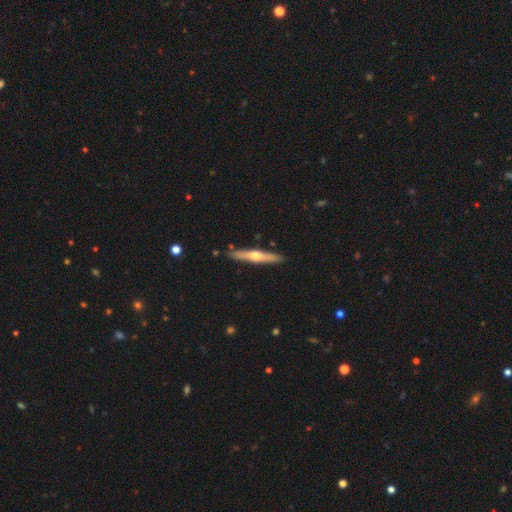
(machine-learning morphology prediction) Q: Smooth or featured?
A: featured or disk (62%); runner-up: smooth (34%)
Q: Edge-on disk?
A: yes (96%); runner-up: no (4%)
Q: Edge-on bulge?
A: rounded (91%); runner-up: none (6%)
Q: Merging?
A: none (90%); runner-up: minor disturbance (7%)